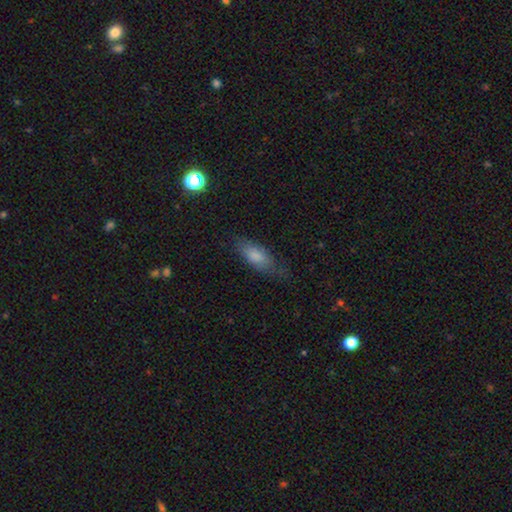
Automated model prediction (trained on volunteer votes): Smooth or featured?
  - smooth: 79% *
  - featured or disk: 13%
  - star or artifact: 8%
How rounded?
  - in between: 75% *
  - cigar-shaped: 22%
  - round: 3%
Merging?
  - none: 66% *
  - minor disturbance: 24%
  - major disturbance: 9%
  - merger: 2%